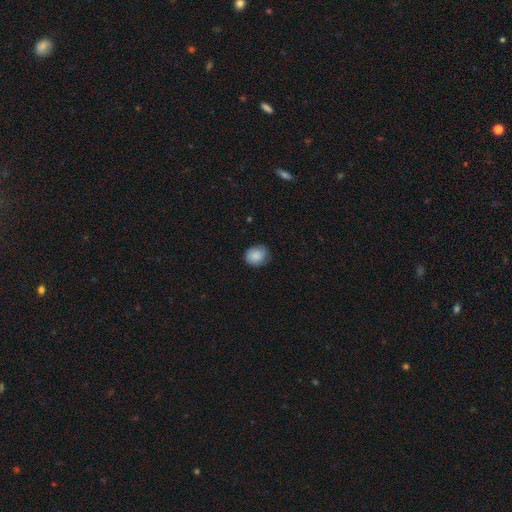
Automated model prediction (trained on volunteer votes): smooth 85%, featured or disk 8%, star or artifact 7%. Down the decision tree: how rounded — round (60%); merging — none (74%).